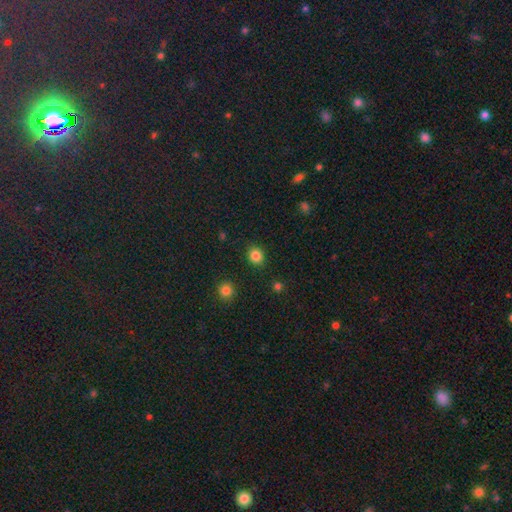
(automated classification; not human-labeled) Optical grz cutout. It shows a smooth galaxy with no disk features (85%) that is round (76%). Merging: none (90%).